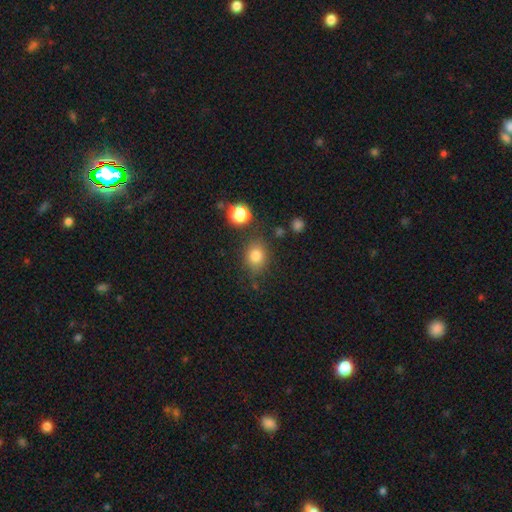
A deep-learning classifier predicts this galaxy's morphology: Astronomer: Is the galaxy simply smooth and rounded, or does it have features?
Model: smooth — 81%.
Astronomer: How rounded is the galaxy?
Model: round — 55% (runner-up: in between, 44%).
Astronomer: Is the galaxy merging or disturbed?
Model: none — 74%.